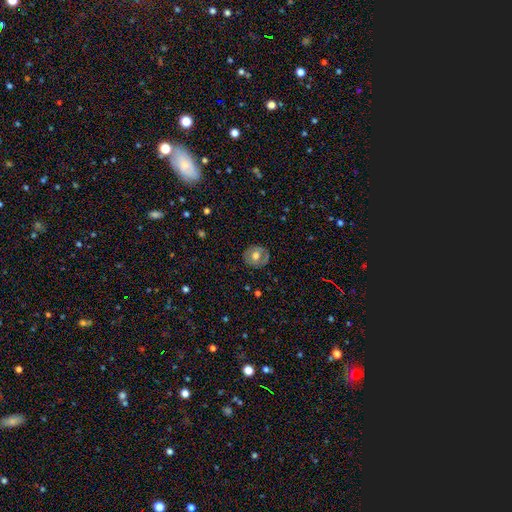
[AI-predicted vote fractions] Smooth or featured? smooth (57%)
How rounded? round (83%)
Merging? none (82%)